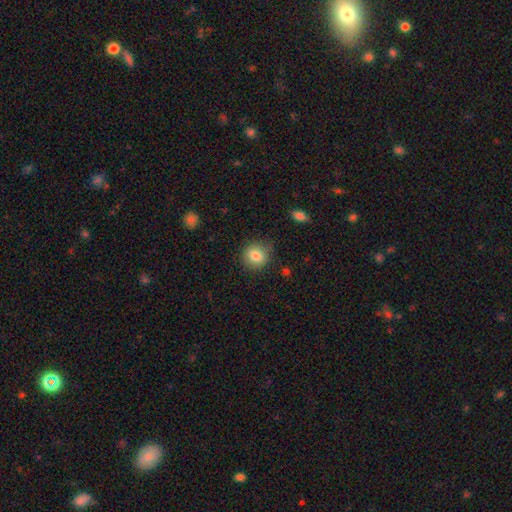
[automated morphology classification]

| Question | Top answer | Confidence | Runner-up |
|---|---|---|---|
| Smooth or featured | smooth | 83% | star or artifact (10%) |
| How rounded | round | 86% | in between (13%) |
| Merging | none | 79% | minor disturbance (16%) |